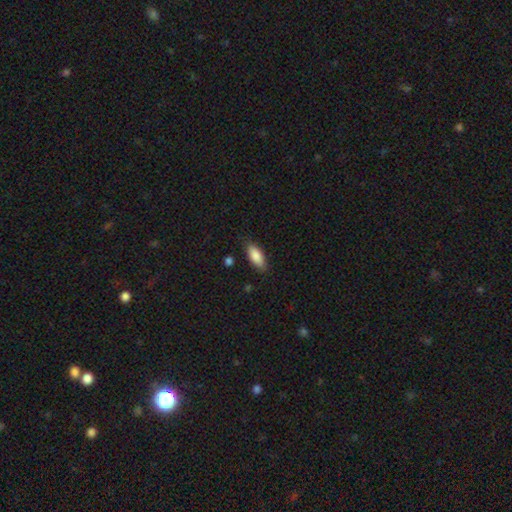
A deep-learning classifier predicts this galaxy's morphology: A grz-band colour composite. It shows a smooth galaxy with no disk features (85%) that is in between round and cigar-shaped (82%). Merging: none (82%).